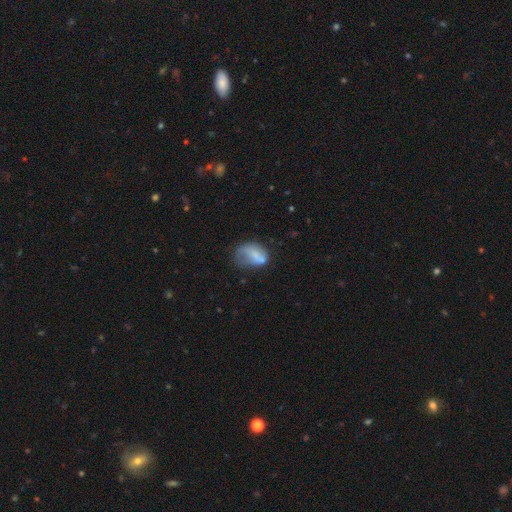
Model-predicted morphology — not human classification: smooth 63%, featured or disk 27%, star or artifact 9%. Down the decision tree: how rounded — in between (72%); merging — major disturbance (32%).